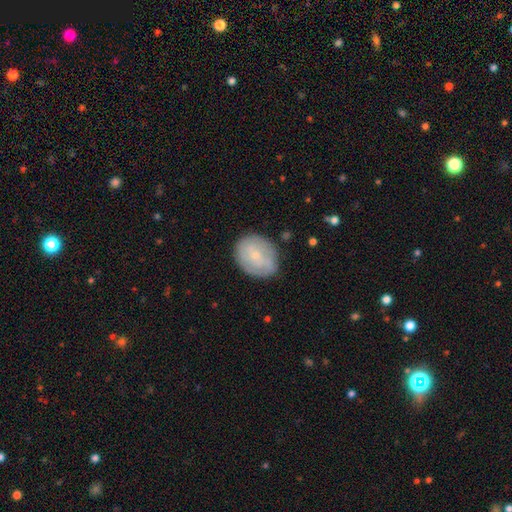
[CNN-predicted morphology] type=smooth (49%); merging=none (77%).